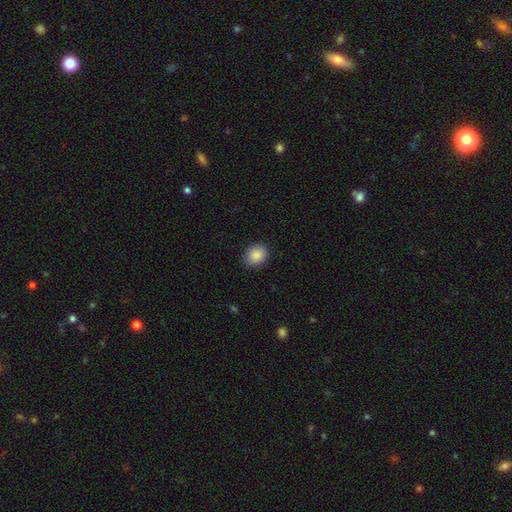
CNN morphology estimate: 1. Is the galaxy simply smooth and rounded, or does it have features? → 89% smooth, 8% star or artifact, 4% featured or disk.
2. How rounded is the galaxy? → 51% in between, 48% round, 1% cigar-shaped.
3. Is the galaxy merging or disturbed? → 87% none, 10% minor disturbance, 2% major disturbance, 1% merger.